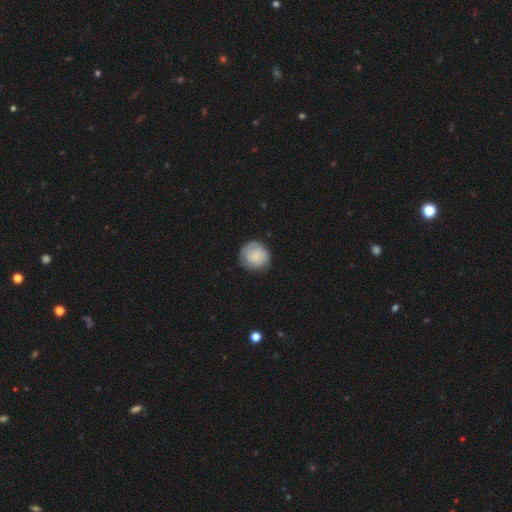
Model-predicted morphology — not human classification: smooth-or-featured: smooth: 50% | featured or disk: 43% | star or artifact: 7%
  how-rounded: round: 88% | in between: 11% | cigar-shaped: 1%
  merging: none: 78% | minor disturbance: 16% | major disturbance: 5% | merger: 1%